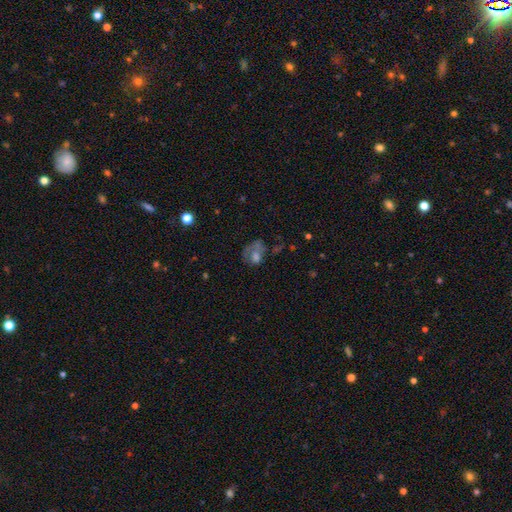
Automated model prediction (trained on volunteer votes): Overall: smooth (41%; featured or disk 39%). Merging: none (36%, tied with major disturbance).